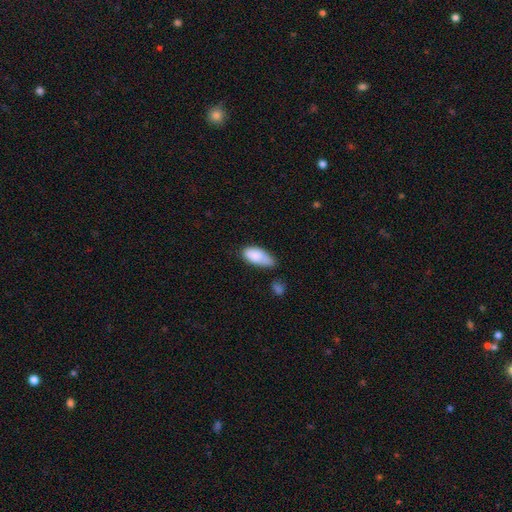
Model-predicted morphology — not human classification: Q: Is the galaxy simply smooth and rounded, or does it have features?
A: smooth — 85%.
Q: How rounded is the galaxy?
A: in between — 88%.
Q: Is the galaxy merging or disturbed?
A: minor disturbance — 42%.